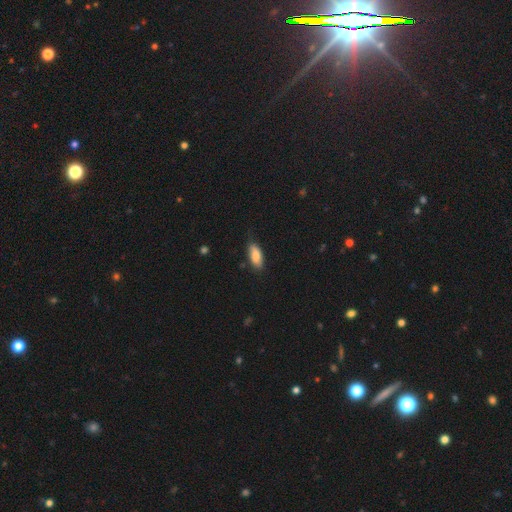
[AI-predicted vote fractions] Morphology: type=smooth (83%); roundness=in between (81%); merging=none (69%).